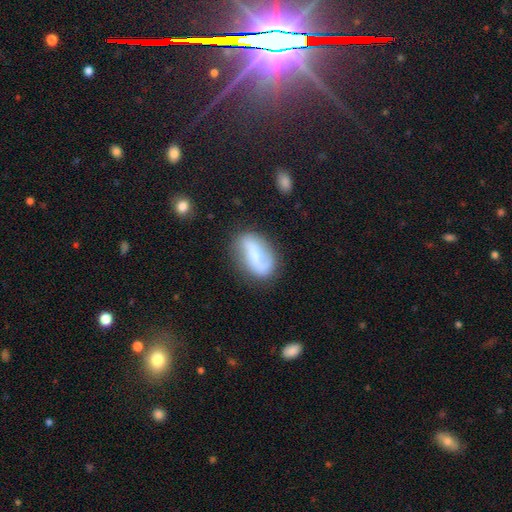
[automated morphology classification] smooth_or_featured: featured or disk (p=0.60) [alt: smooth p=0.33]
disk_edge_on: no (p=0.95) [alt: yes p=0.05]
bar: weak (p=0.38) [alt: strong p=0.35]
has_spiral_arms: yes (p=0.86) [alt: no p=0.14]
bulge_size: small (p=0.40) [alt: none p=0.27]
merging: none (p=0.72) [alt: minor disturbance p=0.18]